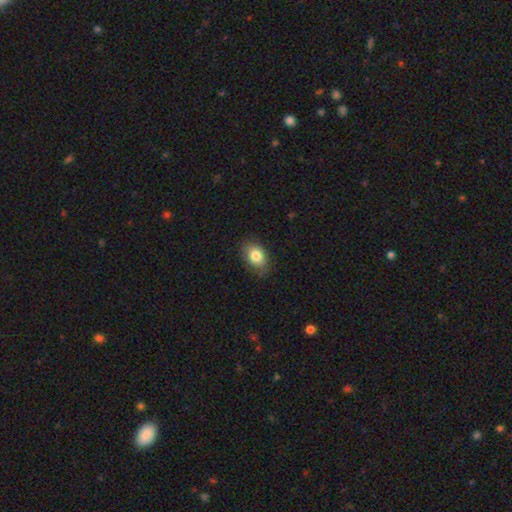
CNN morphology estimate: smooth 81%, featured or disk 11%, star or artifact 8%. Down the decision tree: how rounded — in between (78%); merging — none (75%).